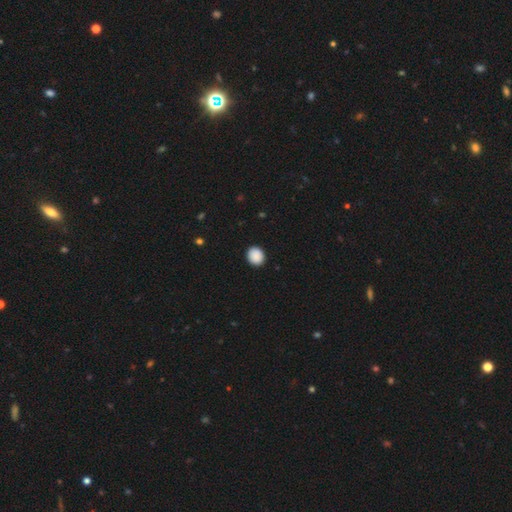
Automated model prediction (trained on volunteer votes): This appears to be a smooth galaxy with no disk features (90%) that is round (68%). Merging: none (91%).